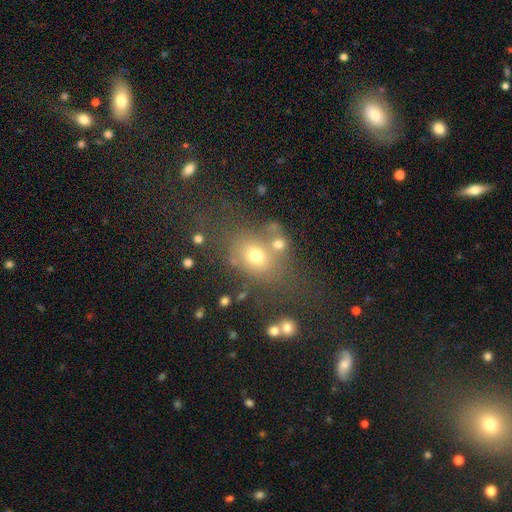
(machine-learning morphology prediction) smooth-or-featured: smooth: 66% | star or artifact: 18% | featured or disk: 15%
  how-rounded: in between: 54% | round: 44% | cigar-shaped: 2%
  merging: none: 58% | minor disturbance: 16% | merger: 15% | major disturbance: 11%